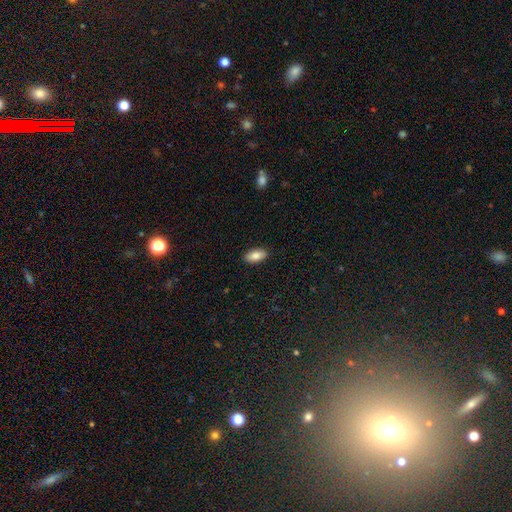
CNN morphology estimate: smooth 86%, featured or disk 7%, star or artifact 7%. Down the decision tree: how rounded — in between (91%); merging — none (89%).